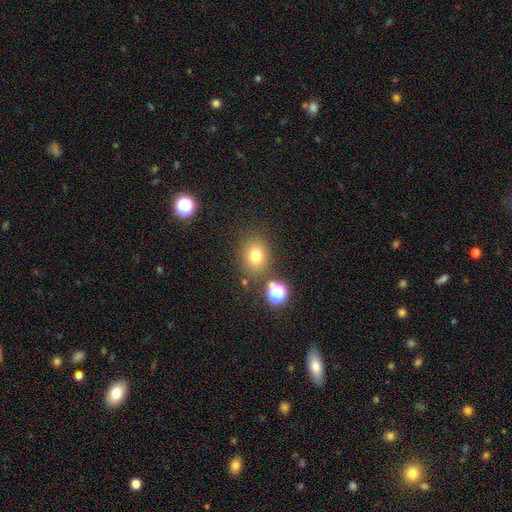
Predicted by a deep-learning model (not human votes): Overall: smooth (74%). How rounded: round (58%; in between 41%). Merging: none (78%).